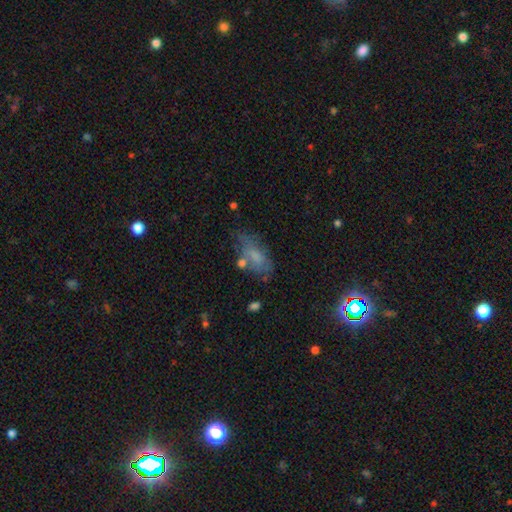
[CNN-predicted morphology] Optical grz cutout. It shows a smooth galaxy with no disk features (58%) that is in between round and cigar-shaped (84%). Merging: none (46%).